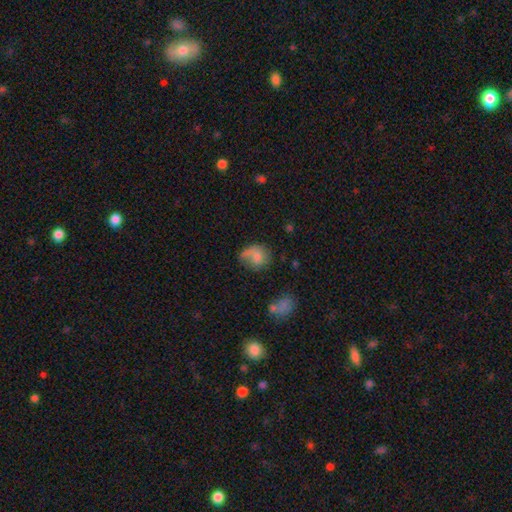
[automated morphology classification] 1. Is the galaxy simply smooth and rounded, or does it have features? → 62% smooth, 27% featured or disk, 10% star or artifact.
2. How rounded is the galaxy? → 61% round, 38% in between, 1% cigar-shaped.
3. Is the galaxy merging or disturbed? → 40% none, 26% major disturbance, 26% minor disturbance, 8% merger.